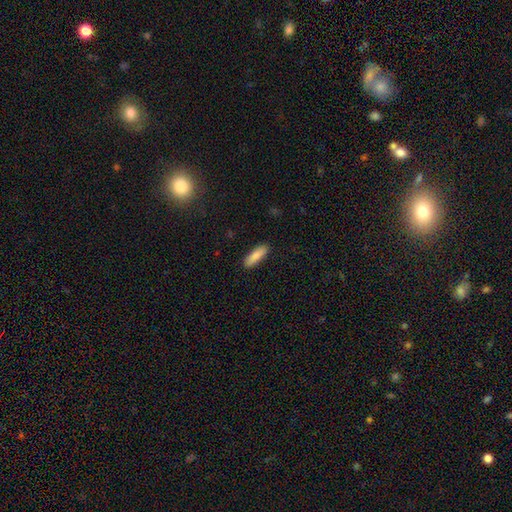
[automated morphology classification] smooth 87%, featured or disk 7%, star or artifact 6%. Down the decision tree: how rounded — cigar-shaped (53%); merging — none (90%).